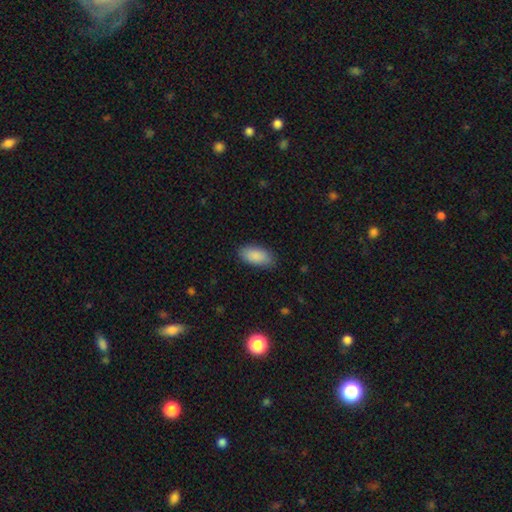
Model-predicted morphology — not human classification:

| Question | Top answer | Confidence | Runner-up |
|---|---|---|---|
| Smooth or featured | smooth | 89% | star or artifact (6%) |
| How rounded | in between | 93% | cigar-shaped (5%) |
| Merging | none | 86% | minor disturbance (10%) |